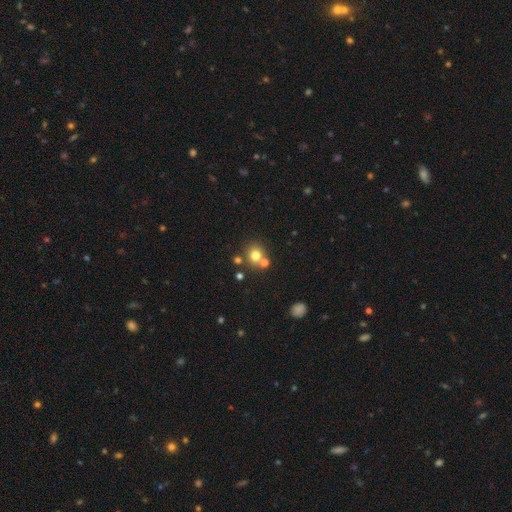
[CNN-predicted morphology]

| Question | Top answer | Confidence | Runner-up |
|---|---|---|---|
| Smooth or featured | smooth | 76% | star or artifact (15%) |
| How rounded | round | 85% | in between (14%) |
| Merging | none | 66% | merger (22%) |